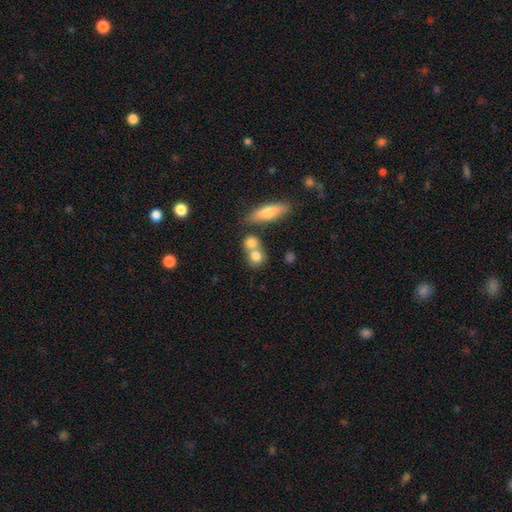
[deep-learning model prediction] Smooth or featured: smooth — 78% (featured or disk — 13%)
How rounded: round — 68% (in between — 28%)
Merging: merger — 45% (none — 43%)